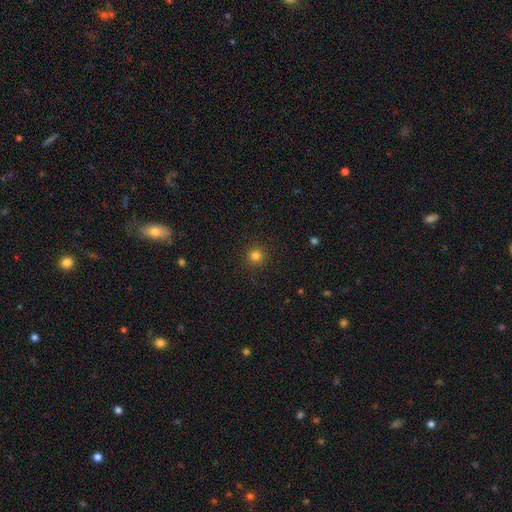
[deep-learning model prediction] smooth 81%, star or artifact 14%, featured or disk 5%. Down the decision tree: how rounded — round (95%); merging — none (91%).